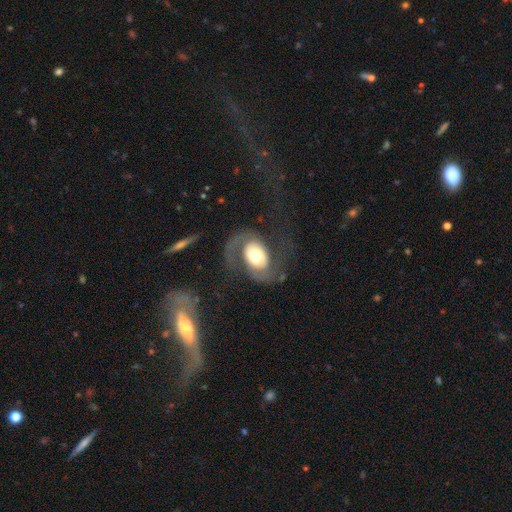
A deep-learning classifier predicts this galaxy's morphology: smooth_or_featured: featured or disk (p=0.69) [alt: smooth p=0.25]
disk_edge_on: no (p=0.96) [alt: yes p=0.04]
bar: no (p=0.65) [alt: weak p=0.25]
has_spiral_arms: yes (p=0.82) [alt: no p=0.18]
spiral_winding: medium (p=0.42) [alt: loose p=0.41]
spiral_arm_count: 2 (p=0.76) [alt: 1 p=0.15]
bulge_size: moderate (p=0.54) [alt: large p=0.32]
merging: none (p=0.47) [alt: major disturbance p=0.34]